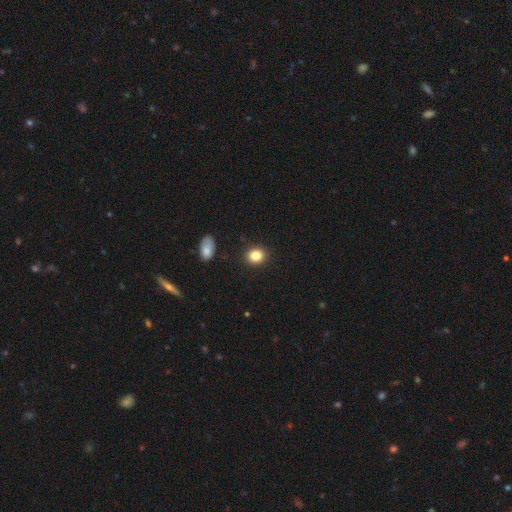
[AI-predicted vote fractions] This appears to be a smooth galaxy with no disk features (85%) that is round (68%). Merging: none (89%).